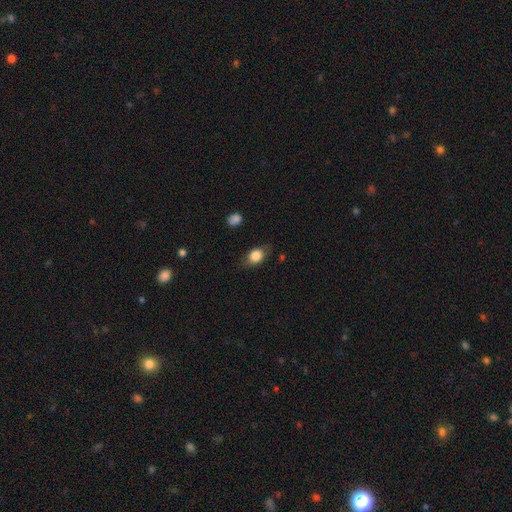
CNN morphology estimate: smooth-or-featured: smooth: 80% | featured or disk: 12% | star or artifact: 8%
  how-rounded: in between: 70% | round: 28% | cigar-shaped: 3%
  merging: none: 73% | minor disturbance: 20% | major disturbance: 6% | merger: 1%